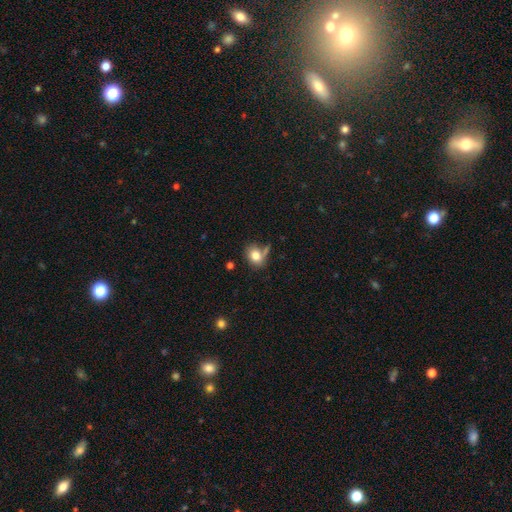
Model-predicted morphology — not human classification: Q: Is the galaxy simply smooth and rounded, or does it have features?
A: smooth — 79%.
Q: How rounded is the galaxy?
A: in between — 50%.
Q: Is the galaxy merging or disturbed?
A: none — 57%.